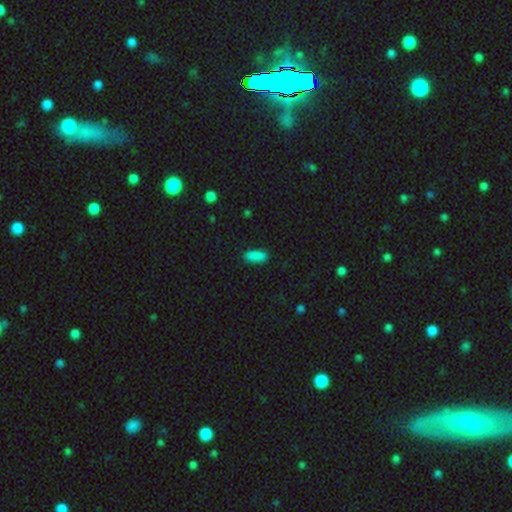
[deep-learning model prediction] This is clearly a smooth galaxy (88%). How rounded: likely in between (72%). Merging: clearly none (89%).